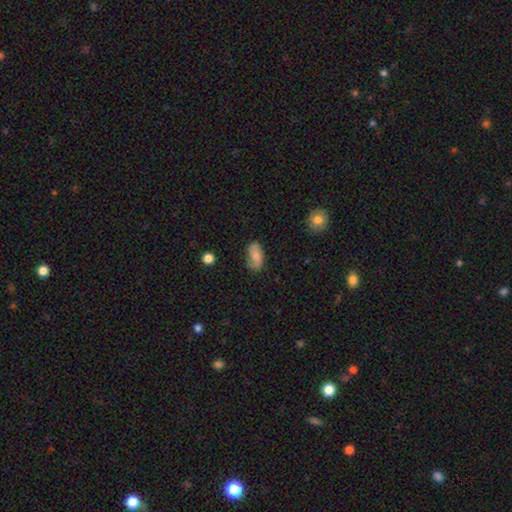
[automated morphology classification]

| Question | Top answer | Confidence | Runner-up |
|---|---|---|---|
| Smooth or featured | smooth | 61% | featured or disk (30%) |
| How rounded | in between | 91% | round (5%) |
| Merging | none | 68% | minor disturbance (24%) |